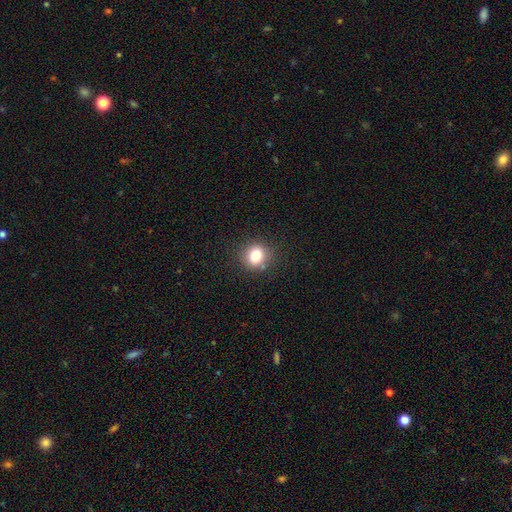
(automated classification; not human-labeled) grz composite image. It shows a smooth galaxy with no disk features (80%) that is round (78%). Merging: none (85%).